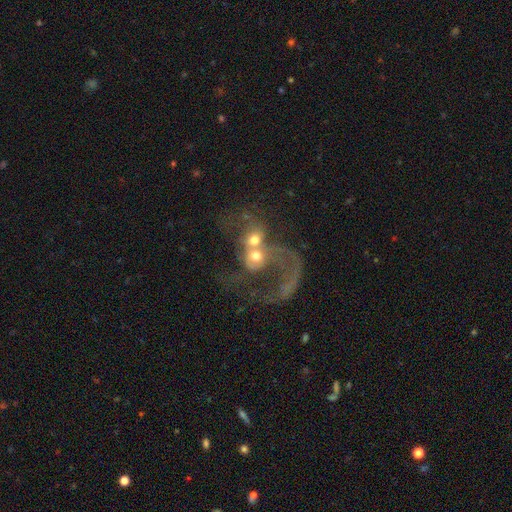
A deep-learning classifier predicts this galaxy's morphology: This is possibly a featured or disk galaxy (53%). It is clearly not viewed edge-on (96%). Bar: likely no (78%). Spiral arm pattern: possibly yes (53%). Central bulge: possibly moderate (55%). Merging: likely merger (77%).